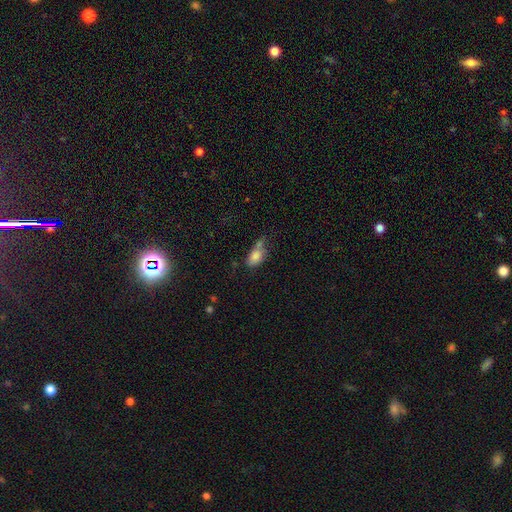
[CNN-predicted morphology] smooth 81%, featured or disk 10%, star or artifact 9%. Down the decision tree: how rounded — in between (86%); merging — none (39%).